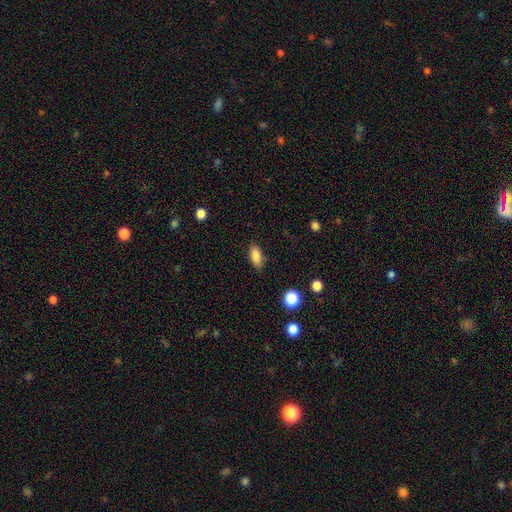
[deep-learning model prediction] Smooth or featured? Predicted: smooth (p=0.84). How rounded? Predicted: in between (p=0.83). Merging? Predicted: none (p=0.85).